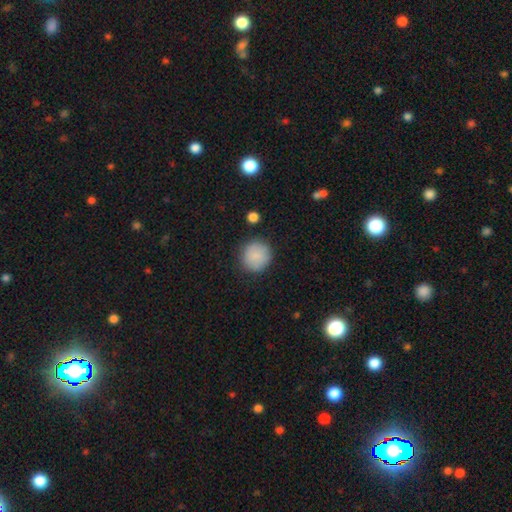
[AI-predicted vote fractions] A smooth galaxy with no disk features (87%) that is round (92%).

Vote fractions:
- Smooth or featured? smooth: 87% / star or artifact: 7% / featured or disk: 5%
- How rounded? round: 92% / in between: 7% / cigar-shaped: 1%
- Merging? none: 85% / minor disturbance: 10% / major disturbance: 3% / merger: 2%